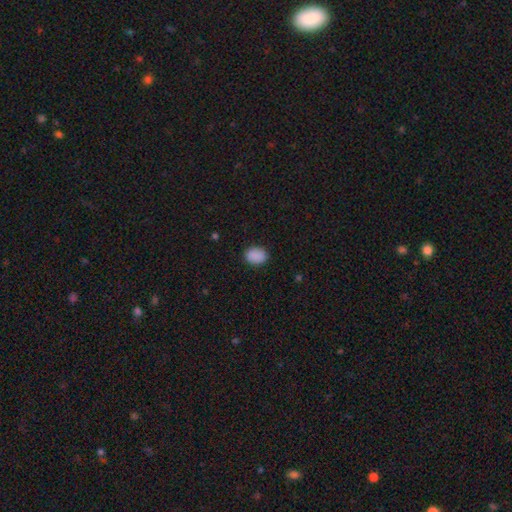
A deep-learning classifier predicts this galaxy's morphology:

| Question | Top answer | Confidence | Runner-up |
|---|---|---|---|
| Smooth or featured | smooth | 89% | star or artifact (8%) |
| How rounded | in between | 66% | round (33%) |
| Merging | none | 87% | minor disturbance (9%) |